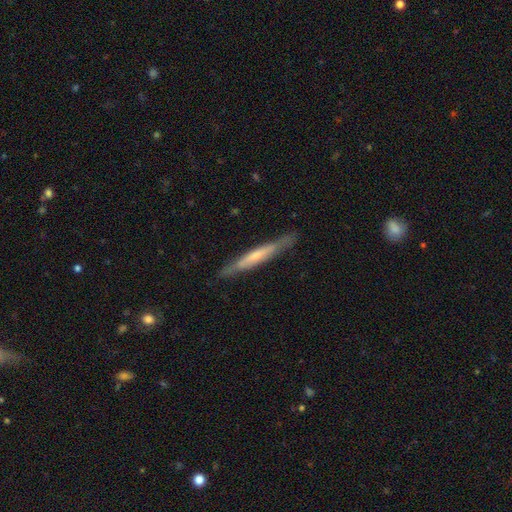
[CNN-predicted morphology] type=featured or disk (56%); edge-on=yes (91%); edge-on bulge=none (55%); merging=none (86%).